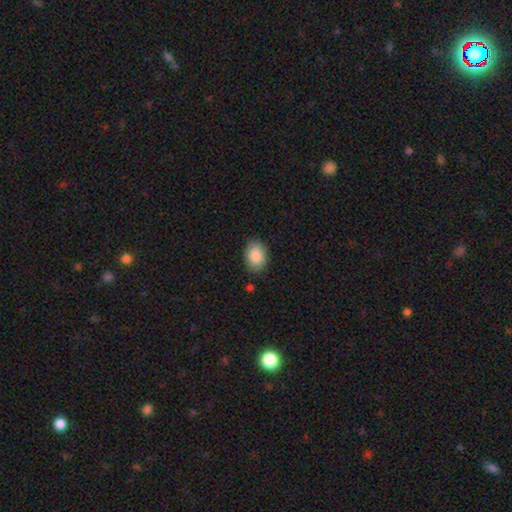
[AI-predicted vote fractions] Q: Smooth or featured?
A: smooth (88%); runner-up: star or artifact (6%)
Q: How rounded?
A: in between (81%); runner-up: round (18%)
Q: Merging?
A: none (83%); runner-up: minor disturbance (12%)